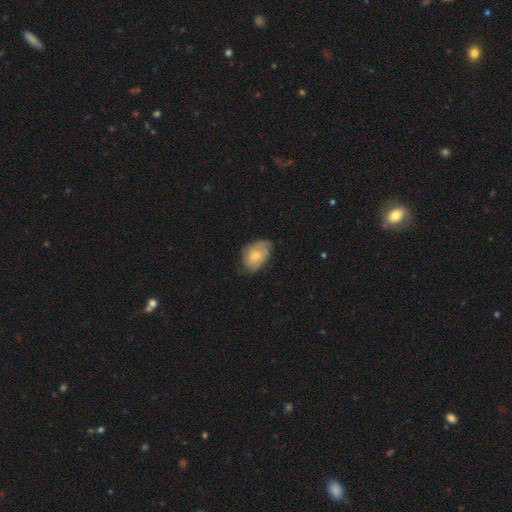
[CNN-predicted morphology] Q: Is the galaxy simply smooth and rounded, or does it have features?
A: featured or disk — 50%.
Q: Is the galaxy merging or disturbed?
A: none — 59%.